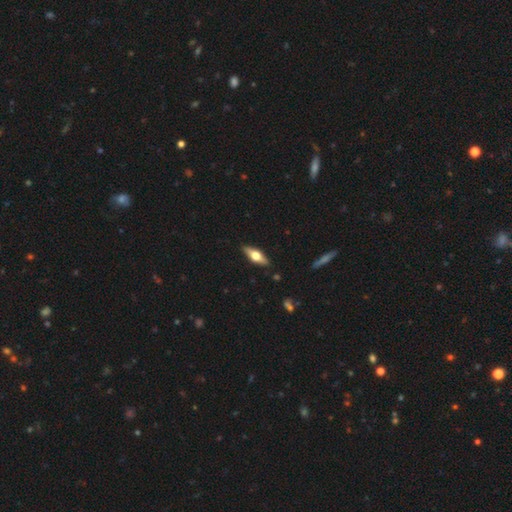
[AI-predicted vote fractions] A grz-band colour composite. It shows a featured or disk galaxy (56%) viewed edge-on (92%) with a rounded central bulge (95%). Merging: none (88%).